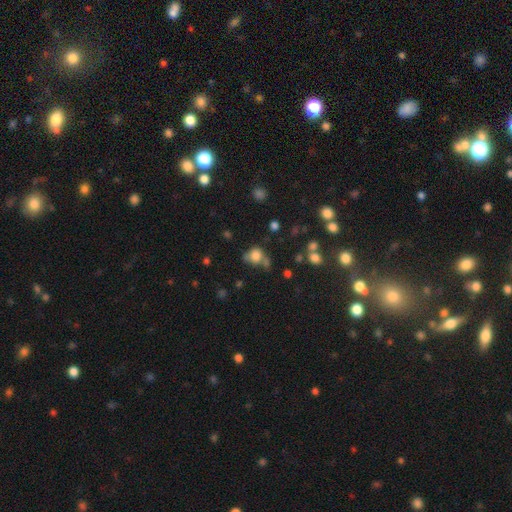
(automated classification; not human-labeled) Smooth or featured? smooth (76%)
How rounded? round (69%)
Merging? none (43%)